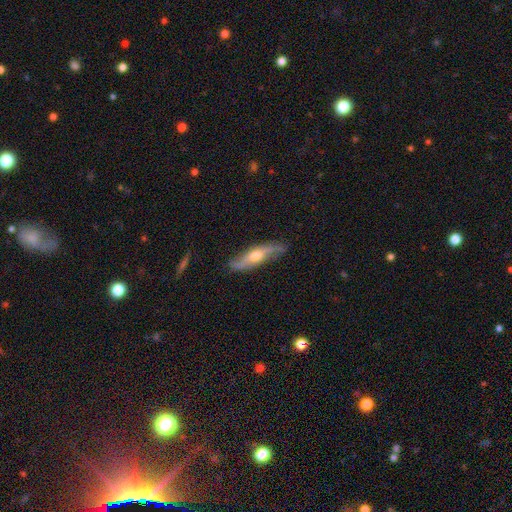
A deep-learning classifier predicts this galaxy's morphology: This appears to be a featured or disk galaxy (71%). Merging: none (77%).